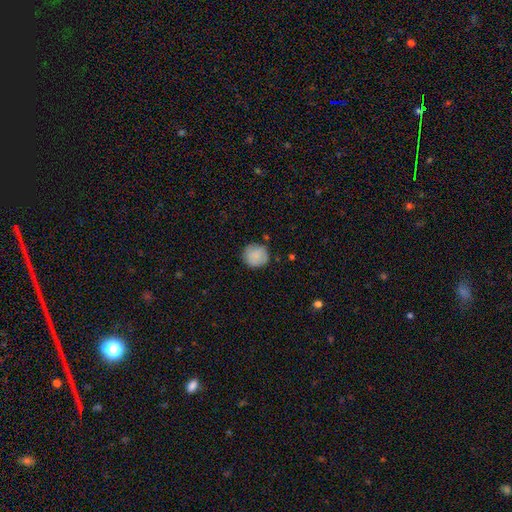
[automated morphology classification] Smooth or featured?
  - smooth: 86% *
  - featured or disk: 7%
  - star or artifact: 7%
How rounded?
  - round: 92% *
  - in between: 7%
  - cigar-shaped: 1%
Merging?
  - none: 83% *
  - minor disturbance: 12%
  - major disturbance: 3%
  - merger: 2%